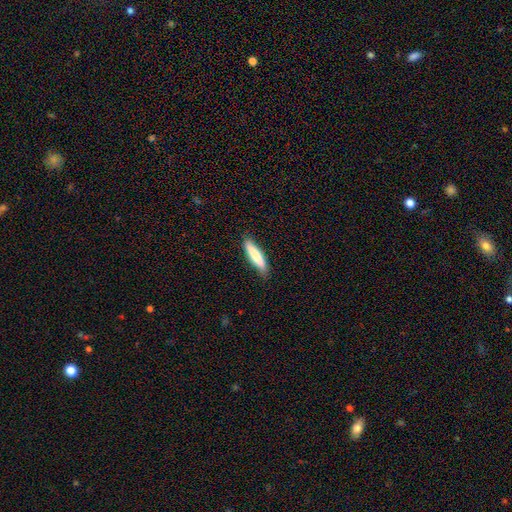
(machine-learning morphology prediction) Smooth or featured?
  - smooth: 80% *
  - featured or disk: 15%
  - star or artifact: 5%
How rounded?
  - cigar-shaped: 81% *
  - in between: 18%
  - round: 1%
Merging?
  - none: 85% *
  - minor disturbance: 12%
  - major disturbance: 2%
  - merger: 1%